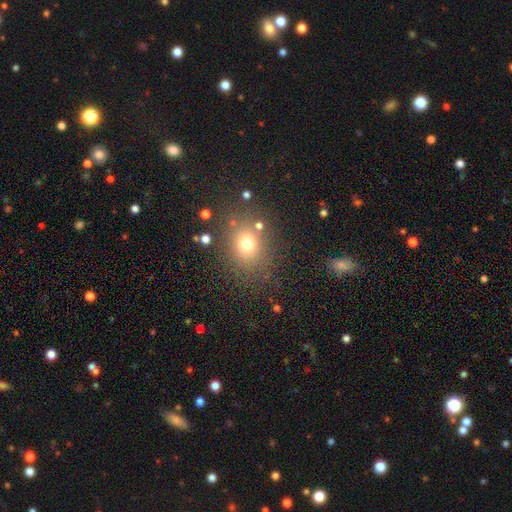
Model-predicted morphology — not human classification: Smooth or featured?
  - smooth: 56% *
  - star or artifact: 35%
  - featured or disk: 9%
How rounded?
  - round: 63% *
  - in between: 35%
  - cigar-shaped: 2%
Merging?
  - none: 85% *
  - minor disturbance: 8%
  - merger: 4%
  - major disturbance: 3%